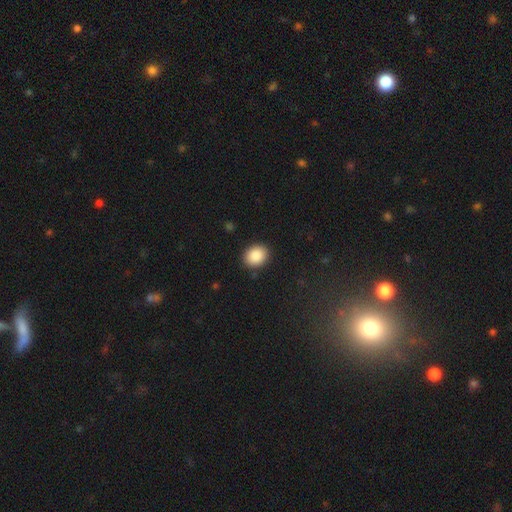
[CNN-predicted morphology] Smooth or featured? smooth (88%)
How rounded? round (53%)
Merging? none (90%)